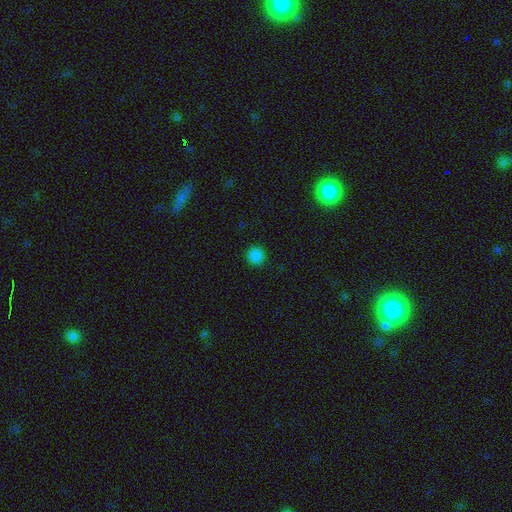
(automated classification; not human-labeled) Smooth or featured: smooth — 84% (star or artifact — 13%)
How rounded: round — 94% (in between — 5%)
Merging: none — 92% (minor disturbance — 5%)